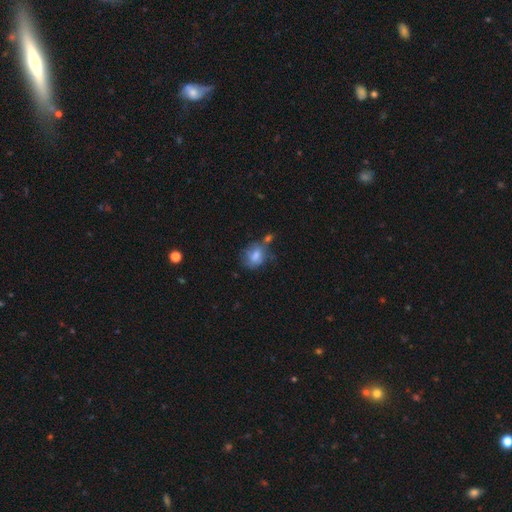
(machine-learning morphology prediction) smooth 70%, featured or disk 20%, star or artifact 10%. Down the decision tree: how rounded — in between (57%); merging — none (46%).